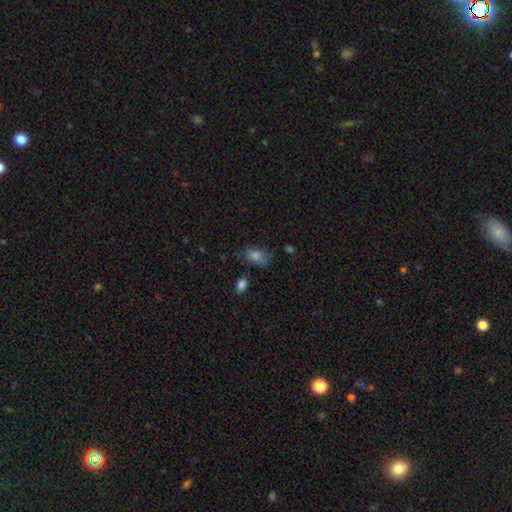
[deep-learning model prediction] Smooth or featured? smooth (75%)
How rounded? in between (82%)
Merging? none (64%)